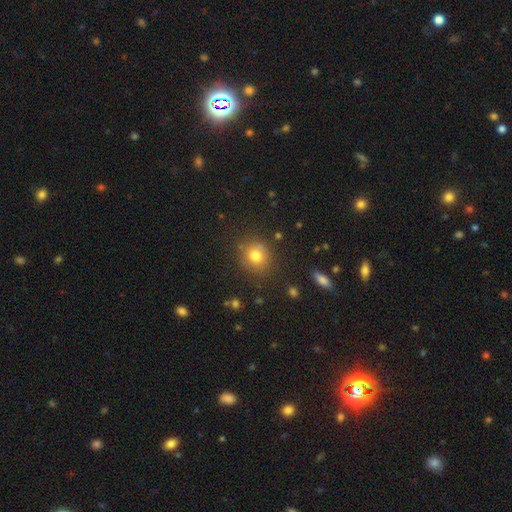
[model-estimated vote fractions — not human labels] smooth-or-featured: smooth: 77% | star or artifact: 14% | featured or disk: 9%
  how-rounded: round: 85% | in between: 14% | cigar-shaped: 1%
  merging: none: 81% | minor disturbance: 12% | major disturbance: 4% | merger: 4%